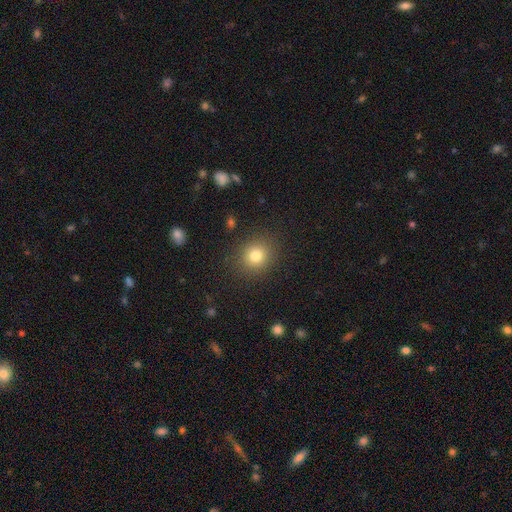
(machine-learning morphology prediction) Smooth or featured? Predicted: smooth (p=0.80). How rounded? Predicted: round (p=0.83). Merging? Predicted: none (p=0.88).